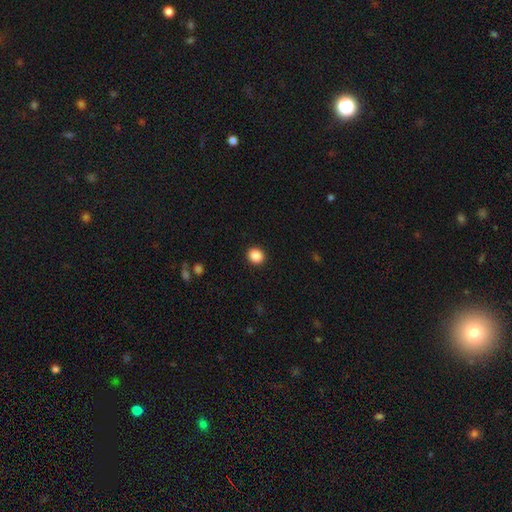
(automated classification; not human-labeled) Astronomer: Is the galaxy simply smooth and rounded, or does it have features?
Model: smooth — 88%.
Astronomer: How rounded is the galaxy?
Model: round — 82%.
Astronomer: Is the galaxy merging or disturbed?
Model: none — 92%.